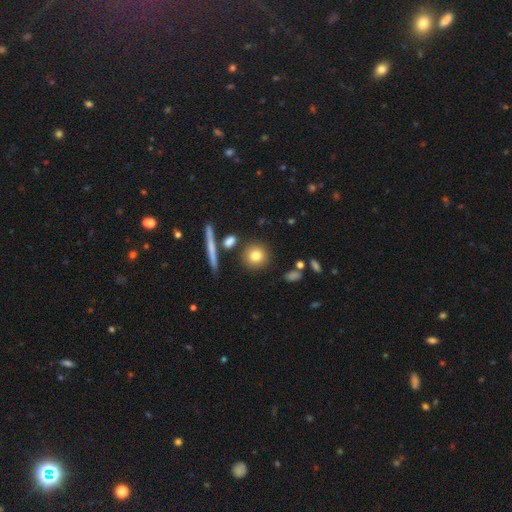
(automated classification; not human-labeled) A smooth galaxy with no disk features (79%) that is round (90%).

Vote fractions:
- Smooth or featured? smooth: 79% / featured or disk: 12% / star or artifact: 10%
- How rounded? round: 90% / in between: 8% / cigar-shaped: 2%
- Merging? none: 86% / minor disturbance: 7% / merger: 4% / major disturbance: 3%